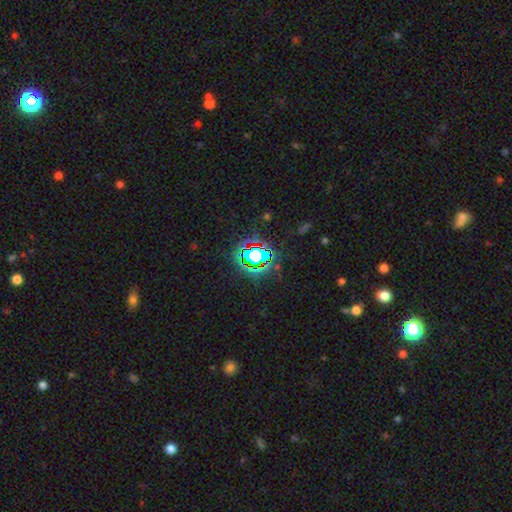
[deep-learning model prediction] Smooth or featured?
  - star or artifact: 69% *
  - smooth: 18%
  - featured or disk: 13%